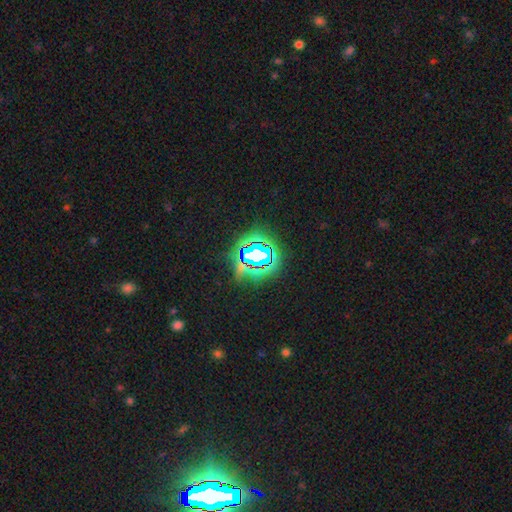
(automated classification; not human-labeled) Smooth or featured? Predicted: star or artifact (p=0.74).